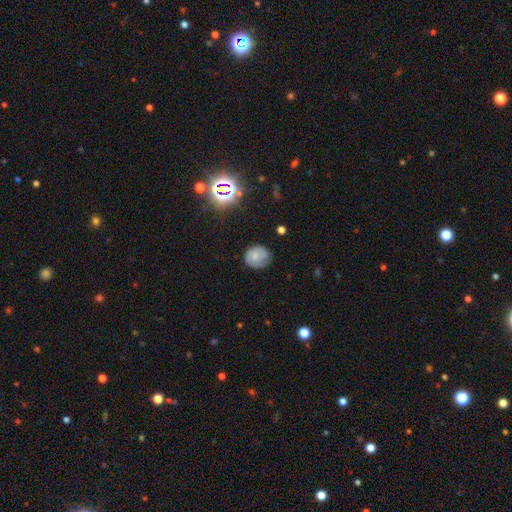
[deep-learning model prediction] smooth 62%, featured or disk 26%, star or artifact 13%. Down the decision tree: how rounded — round (69%); merging — none (64%).